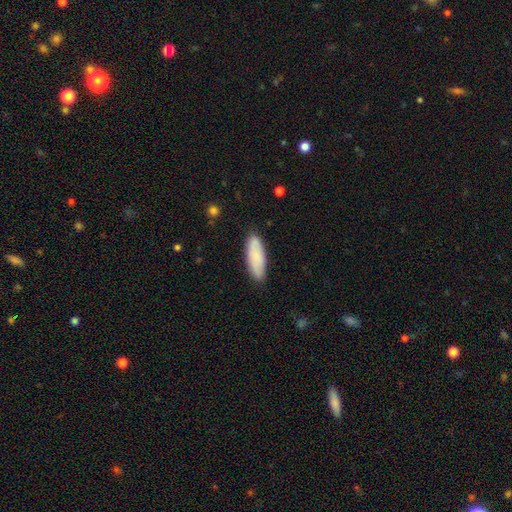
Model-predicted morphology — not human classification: This is clearly a smooth galaxy (81%). How rounded: likely in between (62%). Merging: clearly none (85%).